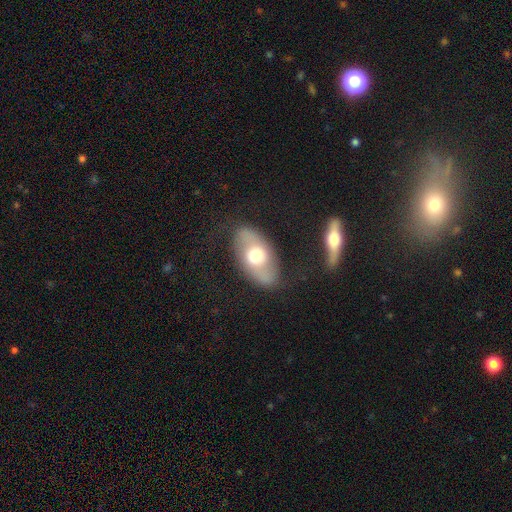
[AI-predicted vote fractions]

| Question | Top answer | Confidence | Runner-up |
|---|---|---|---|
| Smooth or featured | featured or disk | 48% | smooth (45%) |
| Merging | none | 76% | minor disturbance (15%) |